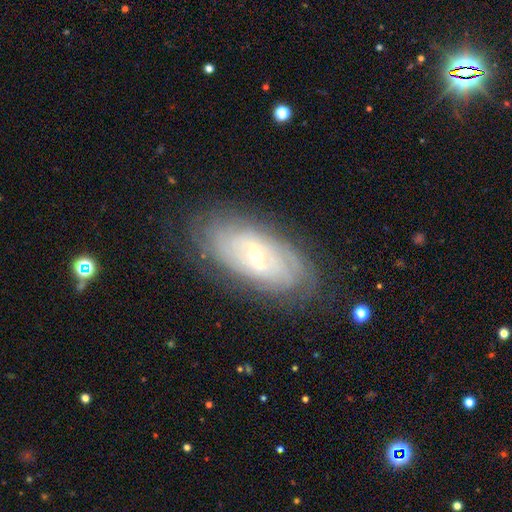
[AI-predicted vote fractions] smooth_or_featured: featured or disk (p=0.79) [alt: smooth p=0.13]
disk_edge_on: no (p=0.91) [alt: yes p=0.09]
bar: weak (p=0.47) [alt: no p=0.34]
has_spiral_arms: yes (p=0.89) [alt: no p=0.11]
spiral_winding: tight (p=0.76) [alt: medium p=0.18]
spiral_arm_count: can't tell (p=0.56) [alt: 2 p=0.13]
bulge_size: small (p=0.60) [alt: moderate p=0.37]
merging: none (p=0.79) [alt: minor disturbance p=0.15]